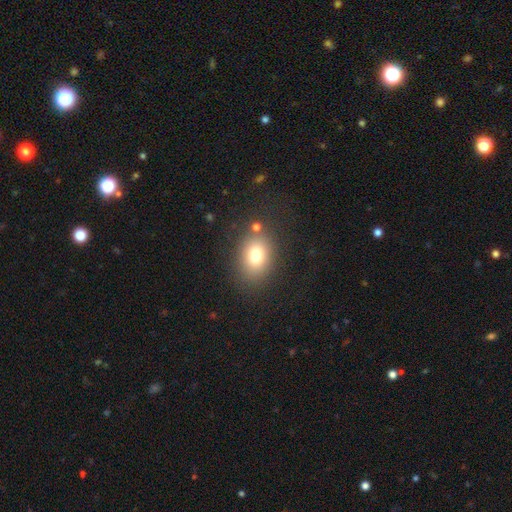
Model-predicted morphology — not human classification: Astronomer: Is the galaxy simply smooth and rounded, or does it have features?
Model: smooth — 77%.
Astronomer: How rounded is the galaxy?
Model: in between — 64%.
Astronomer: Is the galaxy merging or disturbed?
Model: none — 80%.